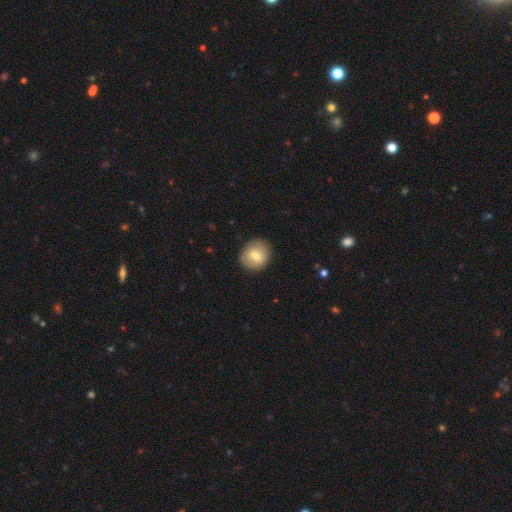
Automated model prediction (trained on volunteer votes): smooth-or-featured: smooth: 68% | featured or disk: 25% | star or artifact: 7%
  how-rounded: round: 74% | in between: 25% | cigar-shaped: 1%
  merging: none: 85% | minor disturbance: 11% | major disturbance: 3% | merger: 1%